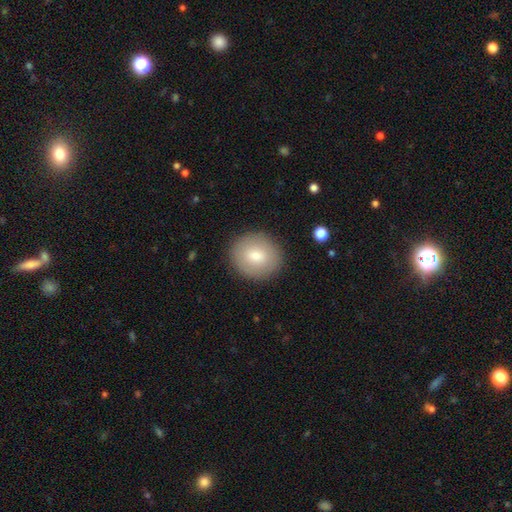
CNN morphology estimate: A smooth galaxy with no disk features (75%) that is round (72%). Merging: none (88%).